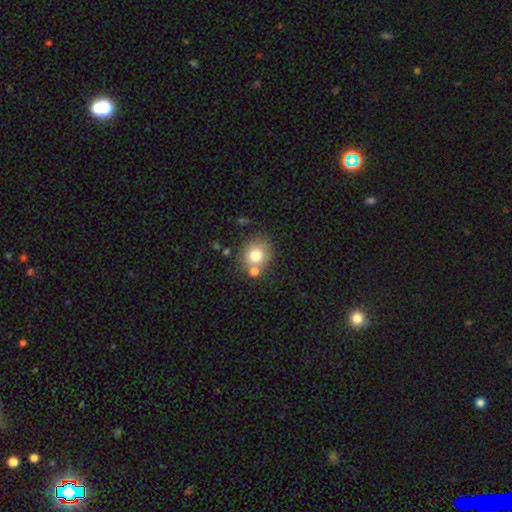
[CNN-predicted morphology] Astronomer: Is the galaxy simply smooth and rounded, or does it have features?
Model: smooth — 76%.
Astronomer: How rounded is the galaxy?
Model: round — 80%.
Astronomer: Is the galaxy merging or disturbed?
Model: none — 67%.